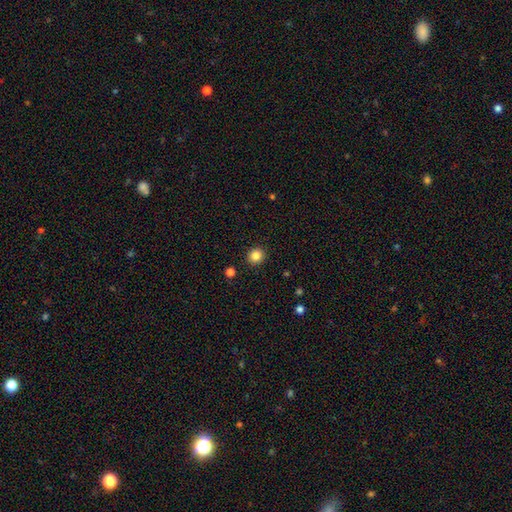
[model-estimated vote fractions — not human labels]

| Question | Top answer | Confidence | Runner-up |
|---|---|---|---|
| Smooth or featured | smooth | 85% | star or artifact (11%) |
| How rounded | round | 87% | in between (12%) |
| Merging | none | 92% | minor disturbance (5%) |